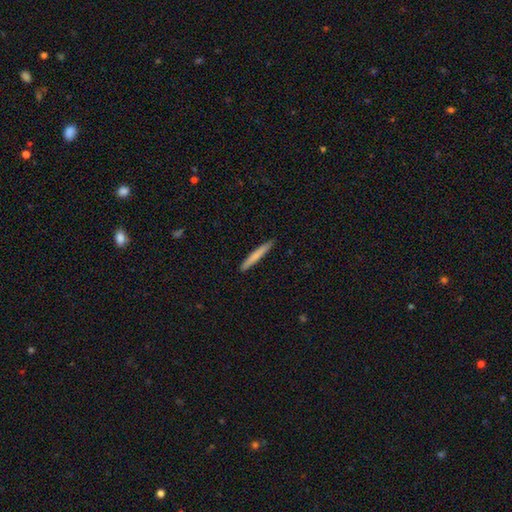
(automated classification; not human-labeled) smooth_or_featured: smooth (p=0.73) [alt: featured or disk p=0.22]
how_rounded: cigar-shaped (p=0.96) [alt: in between p=0.03]
merging: none (p=0.91) [alt: minor disturbance p=0.07]